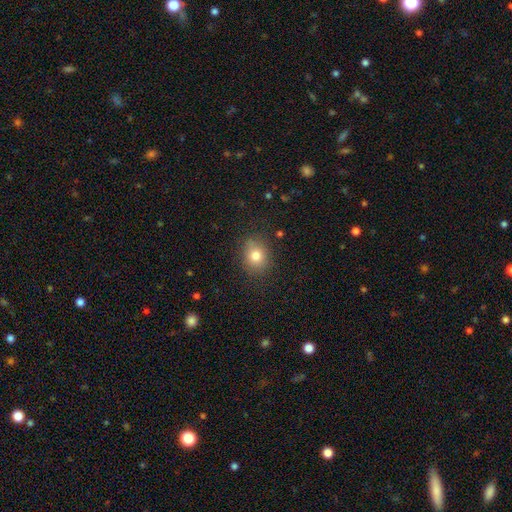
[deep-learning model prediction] Smooth or featured? Predicted: smooth (p=0.79). How rounded? Predicted: round (p=0.60). Merging? Predicted: none (p=0.82).